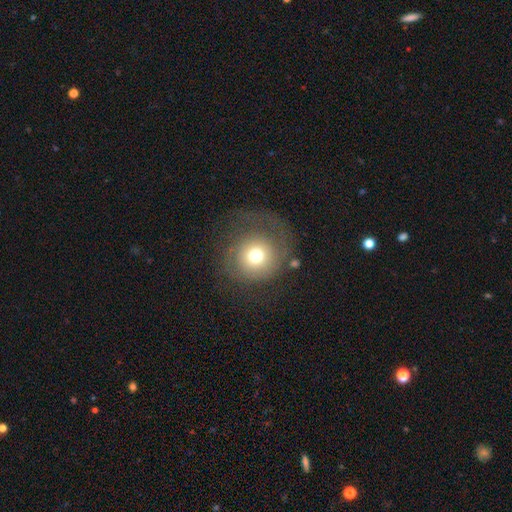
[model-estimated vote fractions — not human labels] smooth_or_featured: smooth (p=0.62) [alt: featured or disk p=0.27]
how_rounded: round (p=0.91) [alt: in between p=0.09]
merging: none (p=0.53) [alt: major disturbance p=0.28]